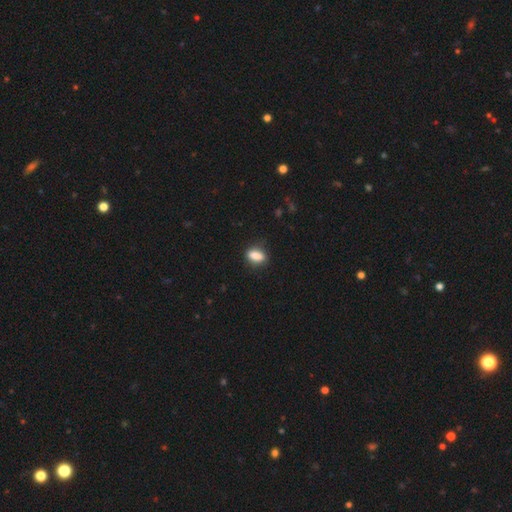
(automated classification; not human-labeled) Morphology: type=smooth (84%); roundness=in between (78%); merging=none (78%).